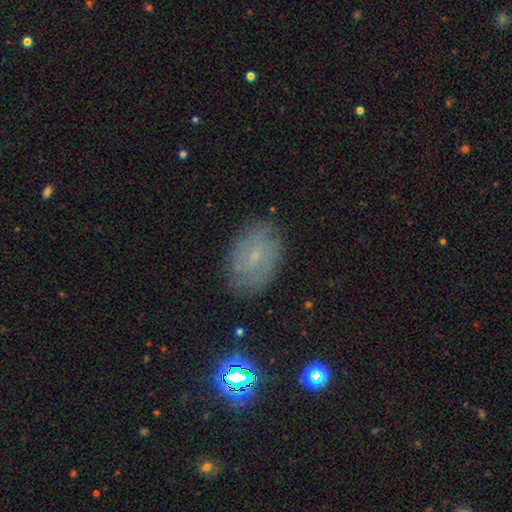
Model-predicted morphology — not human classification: smooth-or-featured: featured or disk: 52% | smooth: 34% | star or artifact: 14%
  disk-edge-on: no: 95% | yes: 5%
  merging: none: 78% | minor disturbance: 16% | major disturbance: 5% | merger: 1%